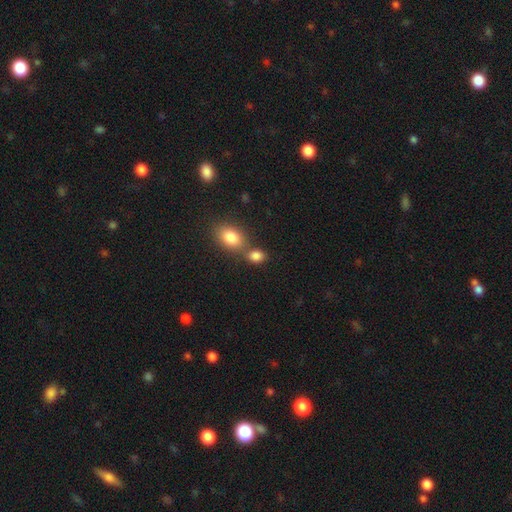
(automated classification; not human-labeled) smooth_or_featured: smooth (p=0.83) [alt: star or artifact p=0.10]
how_rounded: in between (p=0.58) [alt: round p=0.41]
merging: none (p=0.48) [alt: merger p=0.39]